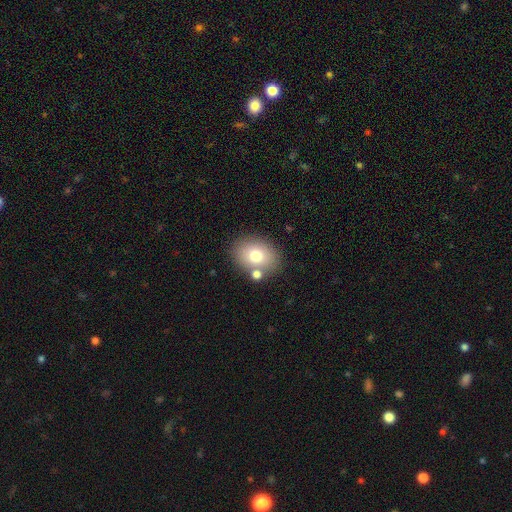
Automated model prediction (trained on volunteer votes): This appears to be a smooth galaxy with no disk features (74%) that is in between round and cigar-shaped (61%). Merging: none (74%).